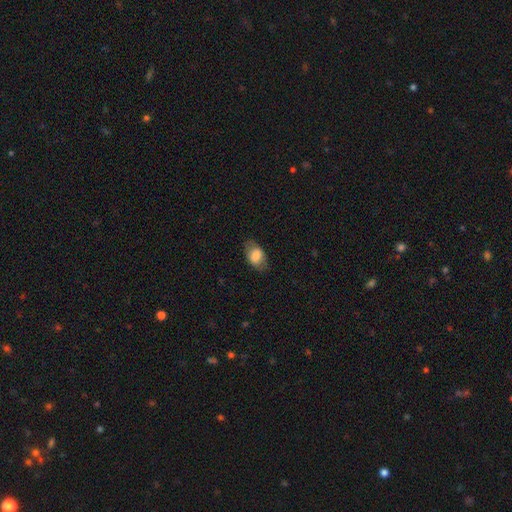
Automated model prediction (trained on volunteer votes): The model was most divided on "smooth or featured": smooth: 77%, featured or disk: 16%, star or artifact: 7%. More confident: how rounded — in between (86%); merging — none (77%).